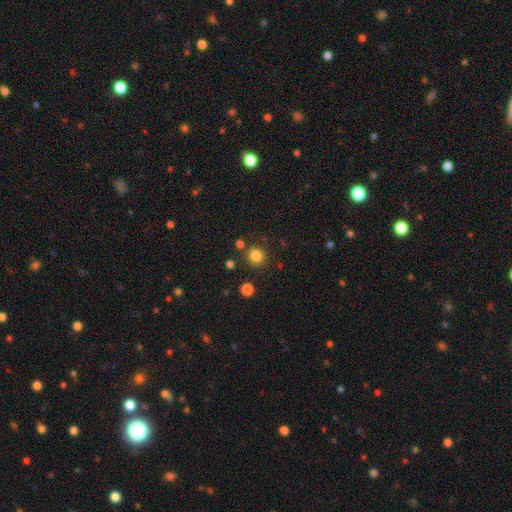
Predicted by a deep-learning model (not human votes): This appears to be a smooth galaxy with no disk features (83%) that is round (89%). Merging: none (84%).